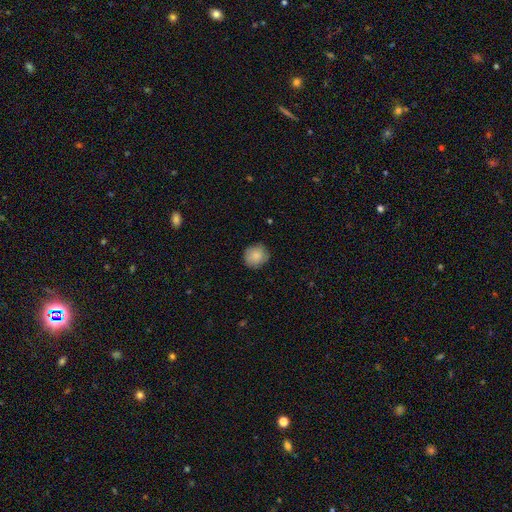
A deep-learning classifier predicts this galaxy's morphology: Smooth or featured? smooth (85%)
How rounded? round (88%)
Merging? none (83%)